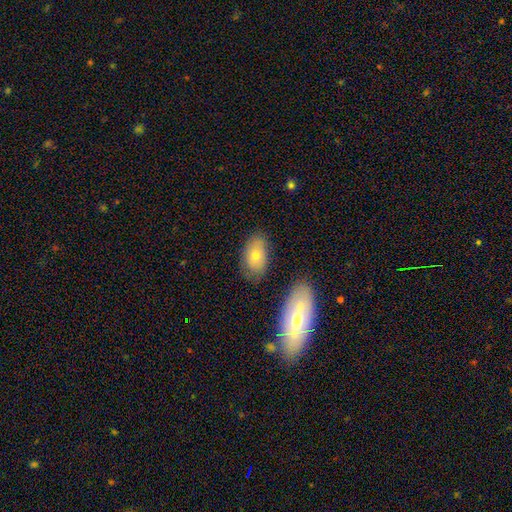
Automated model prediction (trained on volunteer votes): smooth-or-featured: smooth: 70% | featured or disk: 22% | star or artifact: 8%
  how-rounded: in between: 90% | round: 8% | cigar-shaped: 2%
  merging: none: 72% | minor disturbance: 18% | major disturbance: 5% | merger: 5%